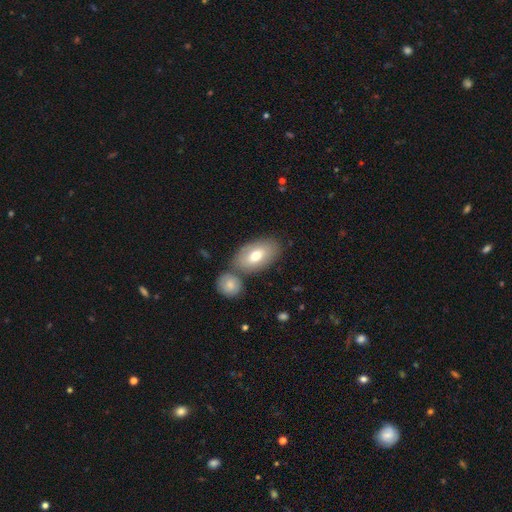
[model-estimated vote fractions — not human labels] Morphology: type=smooth (69%); roundness=in between (92%); merging=none (61%).